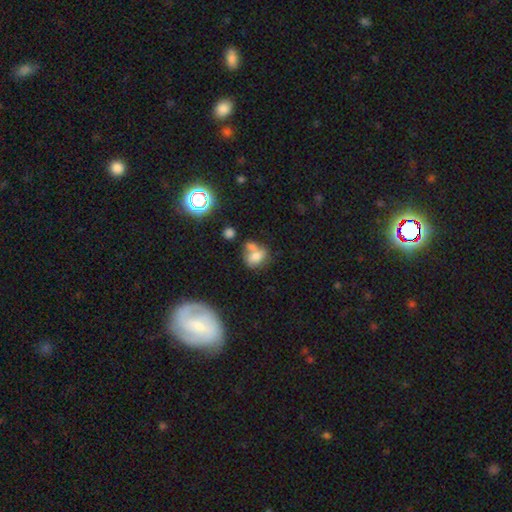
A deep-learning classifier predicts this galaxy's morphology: This appears to be a smooth galaxy with no disk features (68%) that is in between round and cigar-shaped (65%). Merging: merger (44%).